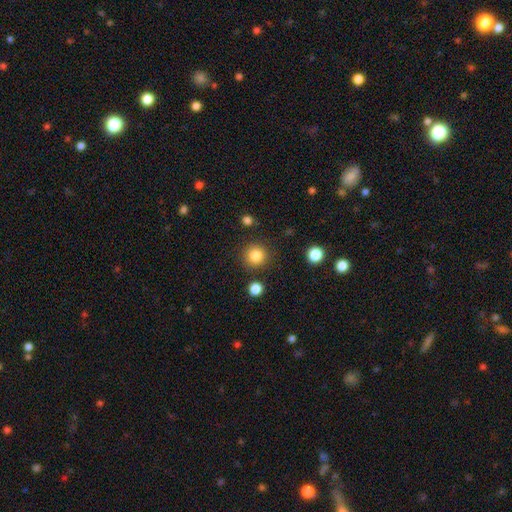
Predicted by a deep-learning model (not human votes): smooth-or-featured: smooth: 85% | star or artifact: 11% | featured or disk: 5%
  how-rounded: round: 94% | in between: 5% | cigar-shaped: 1%
  merging: none: 87% | minor disturbance: 7% | merger: 3% | major disturbance: 3%